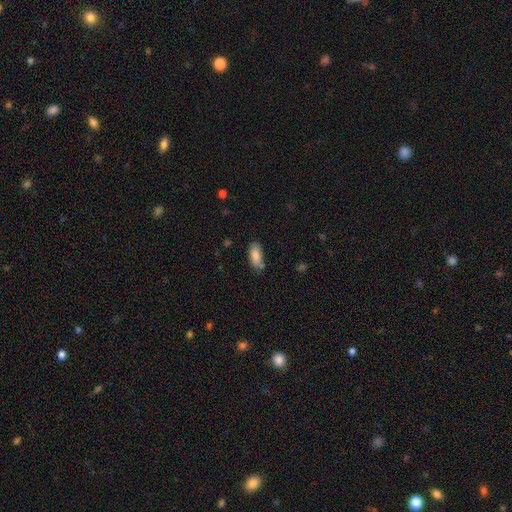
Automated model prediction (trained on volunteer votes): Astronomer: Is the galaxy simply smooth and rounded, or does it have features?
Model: smooth — 85%.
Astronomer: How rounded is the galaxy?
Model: in between — 85%.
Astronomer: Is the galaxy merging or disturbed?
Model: none — 69%.